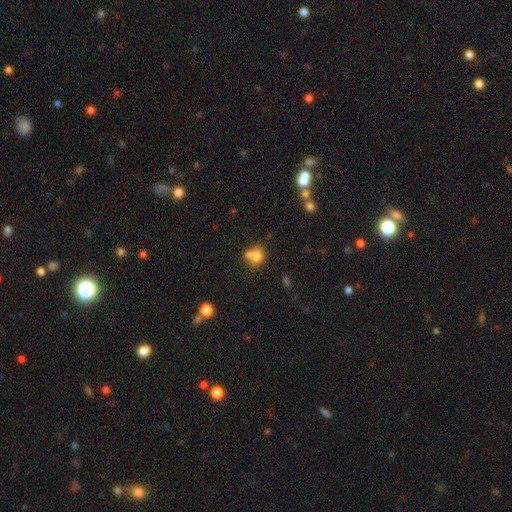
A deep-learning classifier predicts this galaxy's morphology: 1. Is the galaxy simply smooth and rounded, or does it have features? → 74% smooth, 15% featured or disk, 11% star or artifact.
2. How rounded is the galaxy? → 65% round, 34% in between, 1% cigar-shaped.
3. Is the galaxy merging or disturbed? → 46% merger, 38% none, 11% minor disturbance, 5% major disturbance.